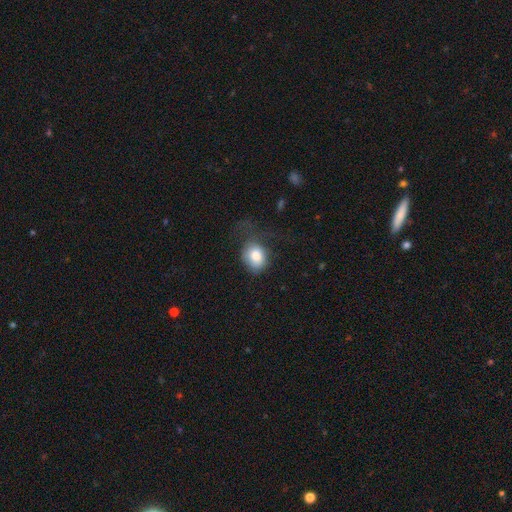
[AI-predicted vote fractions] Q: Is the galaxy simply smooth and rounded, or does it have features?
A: smooth — 80%.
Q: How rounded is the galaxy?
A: round — 55%.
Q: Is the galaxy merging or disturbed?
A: none — 47%.